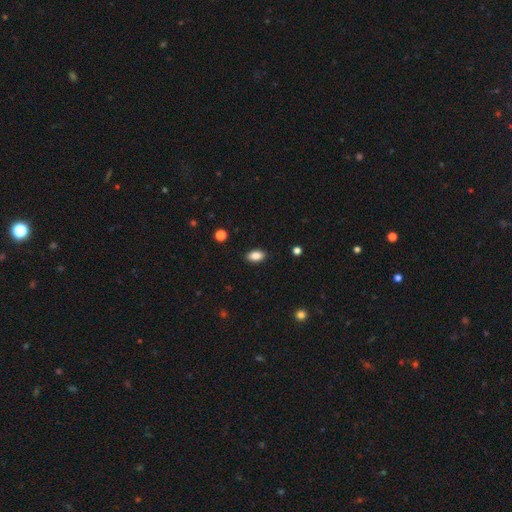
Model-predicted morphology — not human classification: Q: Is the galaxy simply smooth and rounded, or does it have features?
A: smooth — 87%.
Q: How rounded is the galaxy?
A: in between — 91%.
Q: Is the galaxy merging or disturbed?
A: none — 89%.